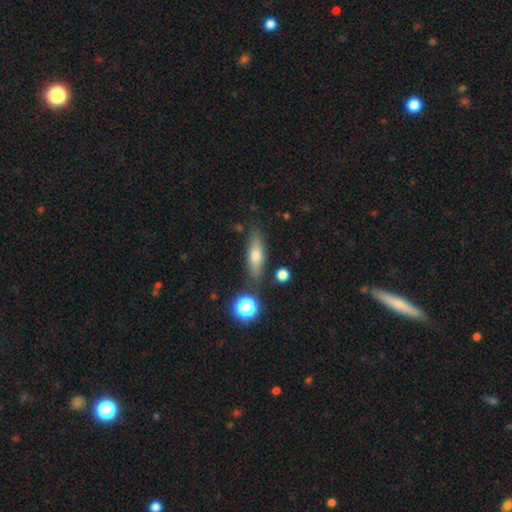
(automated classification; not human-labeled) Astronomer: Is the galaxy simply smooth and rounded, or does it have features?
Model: smooth — 61%.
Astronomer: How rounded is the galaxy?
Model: cigar-shaped — 52% (runner-up: in between, 43%).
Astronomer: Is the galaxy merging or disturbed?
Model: none — 80%.